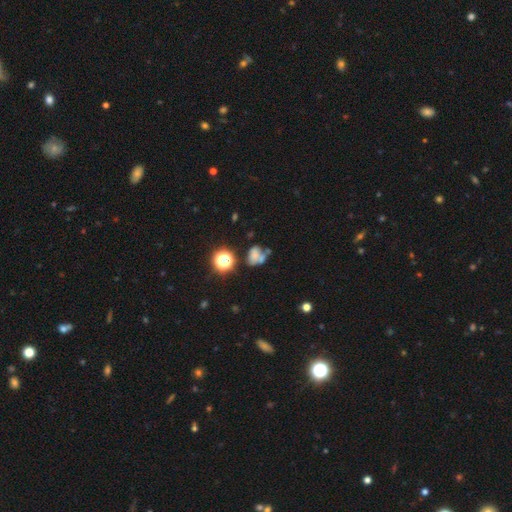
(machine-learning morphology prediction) Smooth or featured? smooth (51%)
How rounded? in between (54%)
Merging? merger (33%)